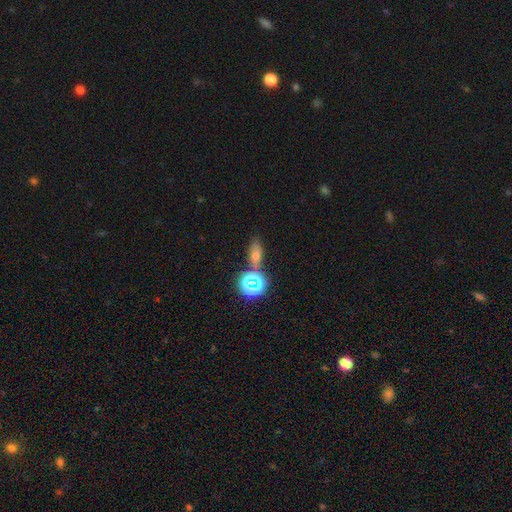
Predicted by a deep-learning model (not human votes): Q: Smooth or featured?
A: smooth (46%); runner-up: star or artifact (38%)
Q: Merging?
A: none (70%); runner-up: minor disturbance (13%)